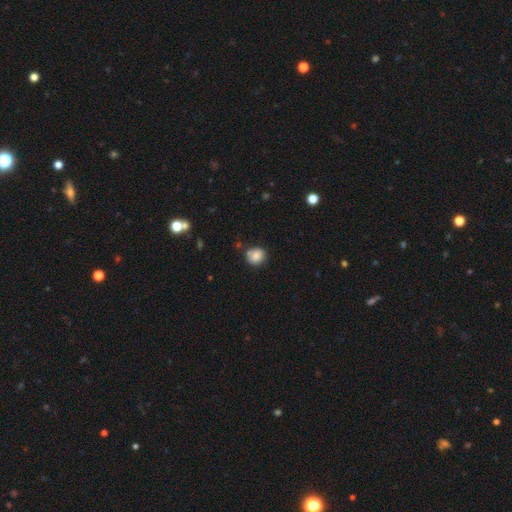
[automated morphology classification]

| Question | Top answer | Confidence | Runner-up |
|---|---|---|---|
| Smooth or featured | smooth | 83% | star or artifact (9%) |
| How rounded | round | 76% | in between (23%) |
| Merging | none | 71% | minor disturbance (18%) |